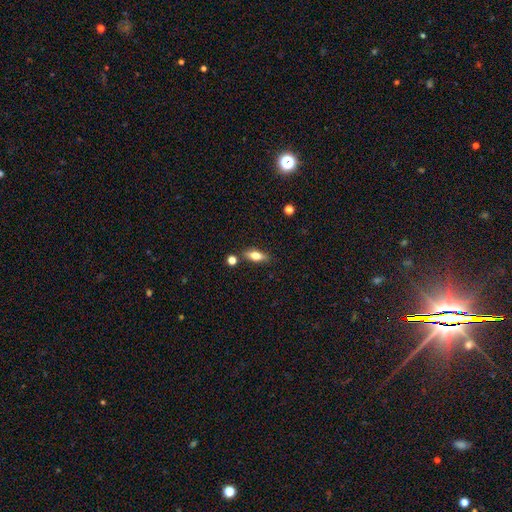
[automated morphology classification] smooth_or_featured: smooth (p=0.65) [alt: featured or disk p=0.27]
how_rounded: in between (p=0.69) [alt: cigar-shaped p=0.26]
merging: none (p=0.79) [alt: minor disturbance p=0.12]